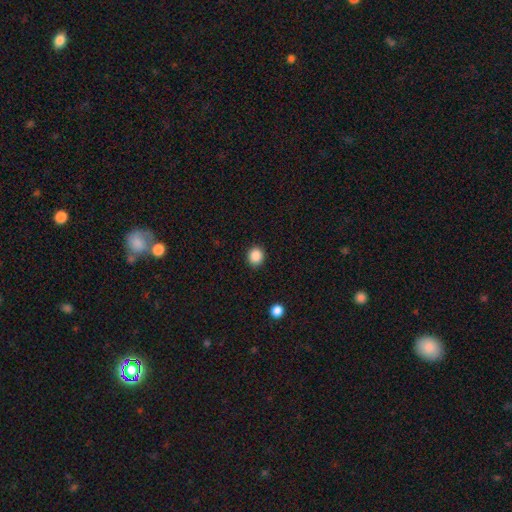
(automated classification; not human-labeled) Smooth or featured?
  - smooth: 88% *
  - star or artifact: 10%
  - featured or disk: 2%
How rounded?
  - round: 82% *
  - in between: 17%
  - cigar-shaped: 1%
Merging?
  - none: 90% *
  - minor disturbance: 7%
  - major disturbance: 2%
  - merger: 1%